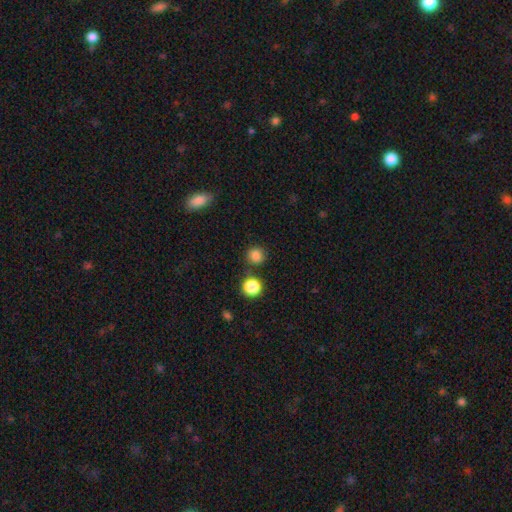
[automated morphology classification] smooth-or-featured: smooth: 83% | star or artifact: 13% | featured or disk: 4%
  how-rounded: round: 92% | in between: 7% | cigar-shaped: 1%
  merging: none: 83% | minor disturbance: 8% | merger: 7% | major disturbance: 3%